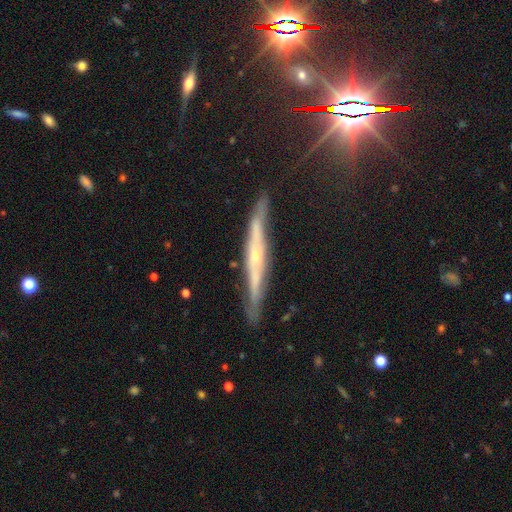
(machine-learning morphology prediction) smooth-or-featured: featured or disk: 74% | smooth: 16% | star or artifact: 10%
  disk-edge-on: yes: 92% | no: 8%
    edge-on-bulge: rounded: 59% | none: 33% | boxy: 8%
  merging: none: 81% | minor disturbance: 14% | major disturbance: 3% | merger: 2%